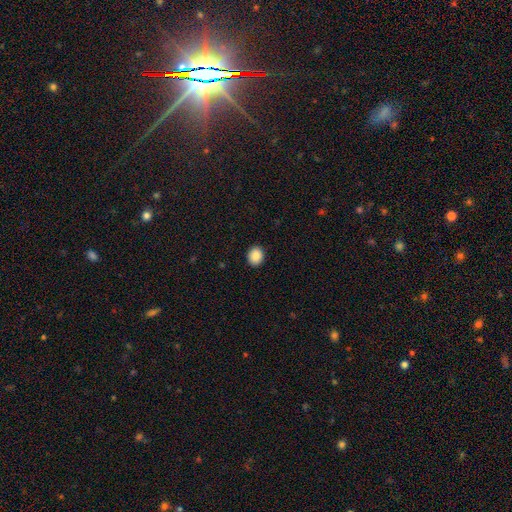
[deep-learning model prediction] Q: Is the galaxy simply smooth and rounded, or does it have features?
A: smooth — 88%.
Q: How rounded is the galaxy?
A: round — 64%.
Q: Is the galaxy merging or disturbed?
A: none — 91%.